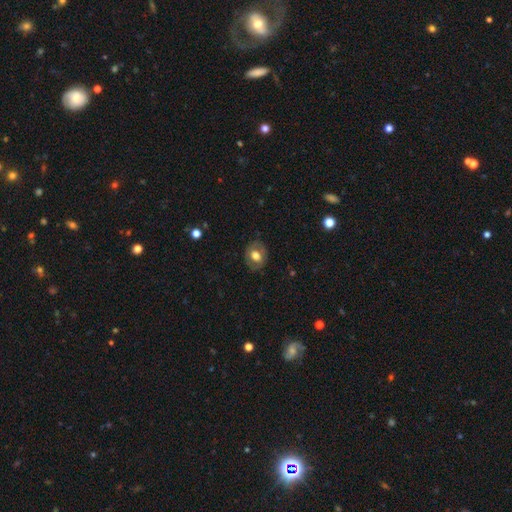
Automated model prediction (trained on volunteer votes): Morphology: type=smooth (56%); roundness=in between (50%); merging=none (80%).